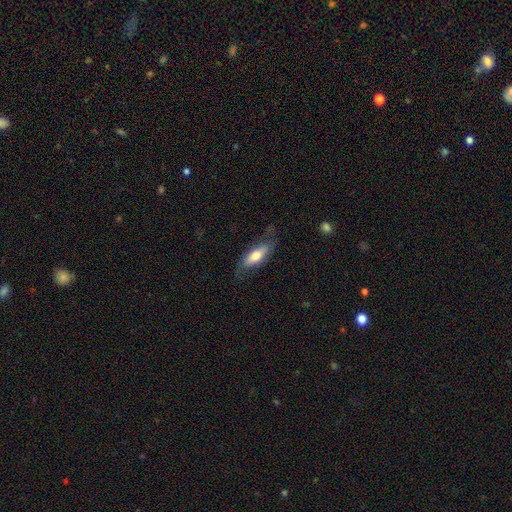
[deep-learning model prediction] A smooth galaxy with no disk features (60%) that is in between round and cigar-shaped (61%).

Vote fractions:
- Smooth or featured? smooth: 60% / featured or disk: 35% / star or artifact: 6%
- How rounded? in between: 61% / cigar-shaped: 36% / round: 3%
- Merging? none: 65% / minor disturbance: 22% / major disturbance: 11% / merger: 2%